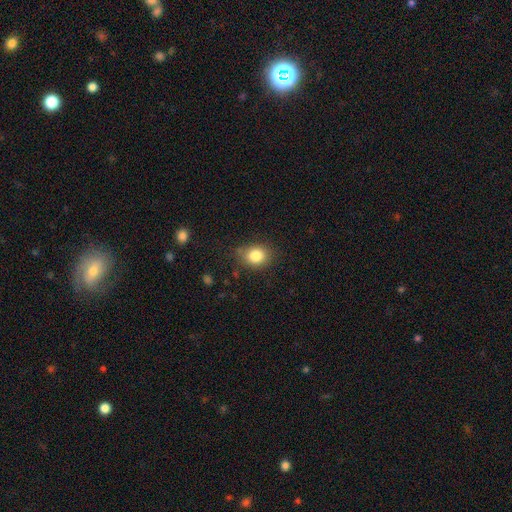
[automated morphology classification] This is clearly a smooth galaxy (84%). How rounded: possibly round (60%). Merging: clearly none (80%).